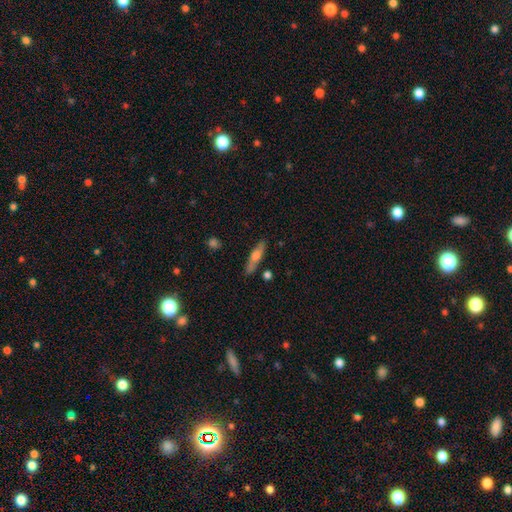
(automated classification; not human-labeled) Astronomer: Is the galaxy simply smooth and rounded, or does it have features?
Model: smooth — 51% (runner-up: featured or disk, 42%).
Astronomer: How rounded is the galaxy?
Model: cigar-shaped — 76%.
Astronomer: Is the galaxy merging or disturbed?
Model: none — 80%.